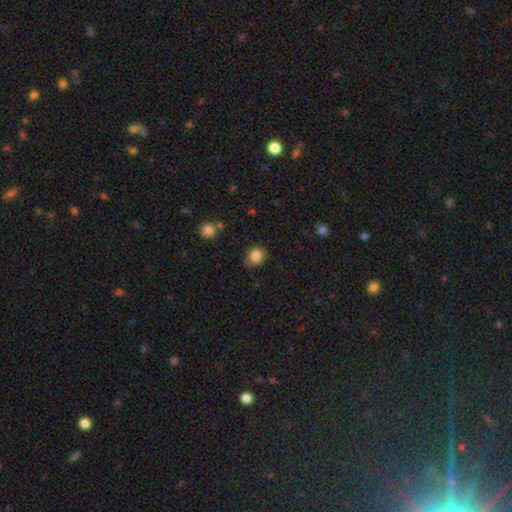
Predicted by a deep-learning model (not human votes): smooth_or_featured: smooth (p=0.84) [alt: star or artifact p=0.10]
how_rounded: round (p=0.77) [alt: in between p=0.22]
merging: none (p=0.70) [alt: minor disturbance p=0.22]